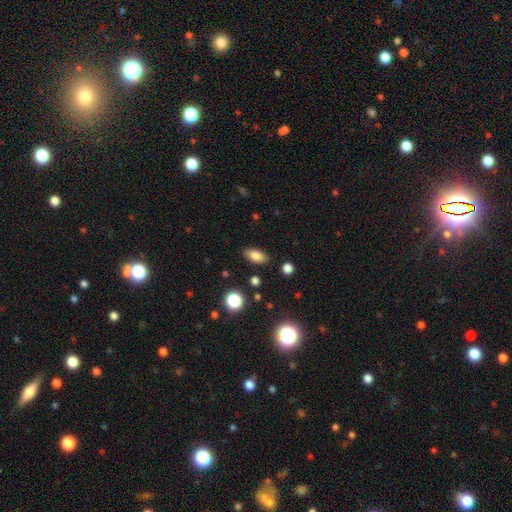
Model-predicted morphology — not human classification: A smooth galaxy with no disk features (82%) that is in between round and cigar-shaped (87%).

Vote fractions:
- Smooth or featured? smooth: 82% / star or artifact: 11% / featured or disk: 8%
- How rounded? in between: 87% / cigar-shaped: 7% / round: 6%
- Merging? none: 86% / minor disturbance: 9% / major disturbance: 3% / merger: 2%